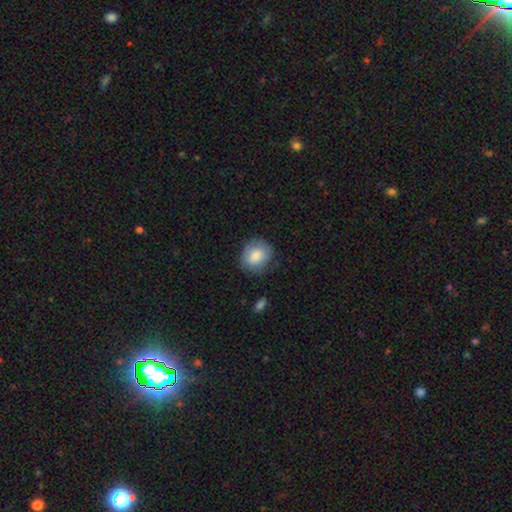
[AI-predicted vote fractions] smooth-or-featured: smooth: 77% | featured or disk: 16% | star or artifact: 7%
  how-rounded: round: 73% | in between: 26% | cigar-shaped: 1%
  merging: none: 70% | minor disturbance: 22% | major disturbance: 7% | merger: 2%